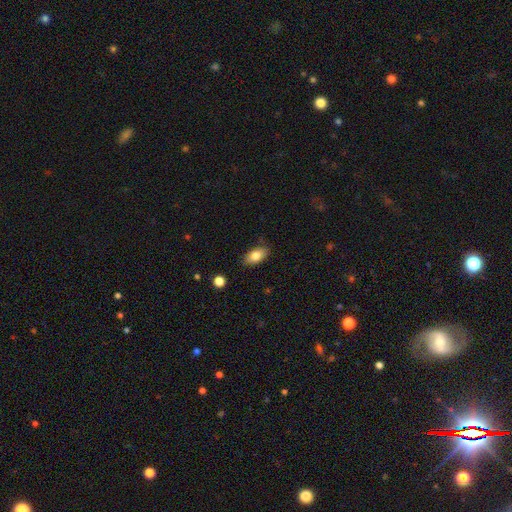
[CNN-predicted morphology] This is clearly a smooth galaxy (81%). How rounded: clearly in between (90%). Merging: clearly none (84%).